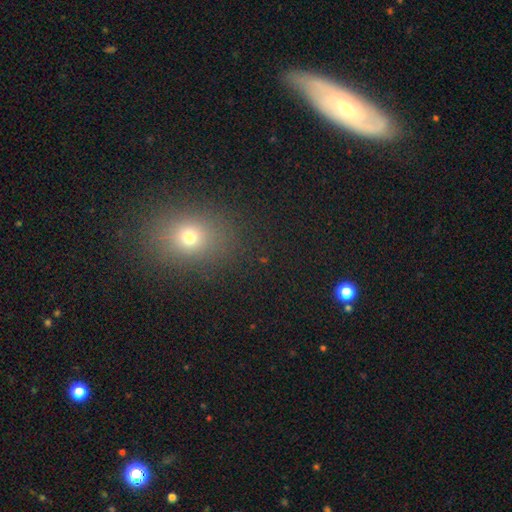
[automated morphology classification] A smooth galaxy with no disk features (53%) that is round (48%).

Vote fractions:
- Smooth or featured? smooth: 53% / star or artifact: 27% / featured or disk: 19%
- How rounded? round: 48% / in between: 47% / cigar-shaped: 5%
- Merging? none: 88% / minor disturbance: 8% / major disturbance: 3% / merger: 2%